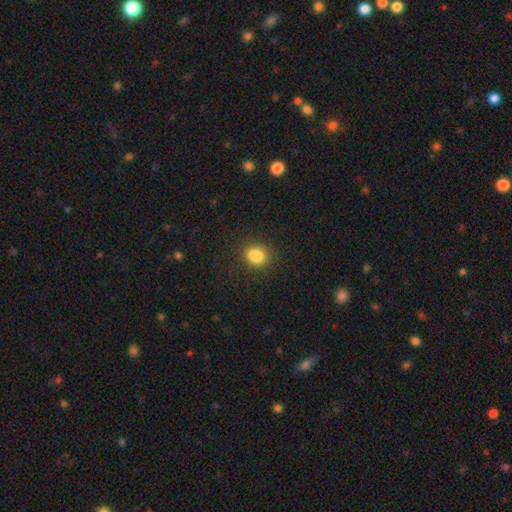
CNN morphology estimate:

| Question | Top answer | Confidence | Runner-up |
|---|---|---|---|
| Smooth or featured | smooth | 82% | star or artifact (12%) |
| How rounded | round | 50% | in between (49%) |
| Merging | none | 71% | minor disturbance (15%) |